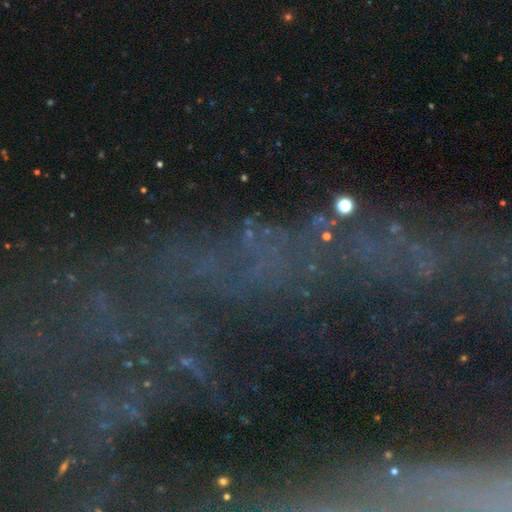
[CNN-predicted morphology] Smooth or featured?
  - star or artifact: 60% *
  - featured or disk: 24%
  - smooth: 16%